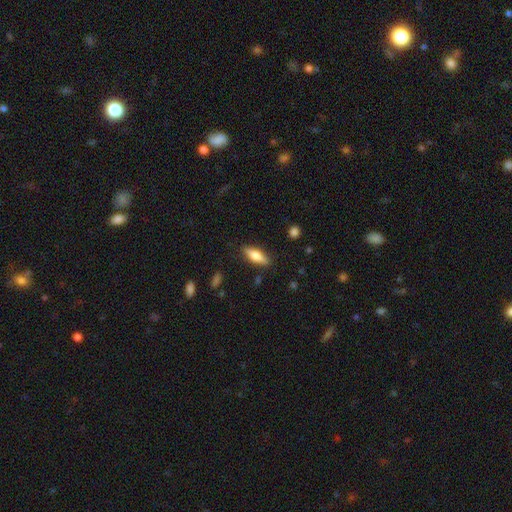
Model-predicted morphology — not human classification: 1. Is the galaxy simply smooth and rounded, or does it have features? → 62% smooth, 32% featured or disk, 7% star or artifact.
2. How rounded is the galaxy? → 55% in between, 43% cigar-shaped, 2% round.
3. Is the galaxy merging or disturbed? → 85% none, 11% minor disturbance, 3% major disturbance, 1% merger.